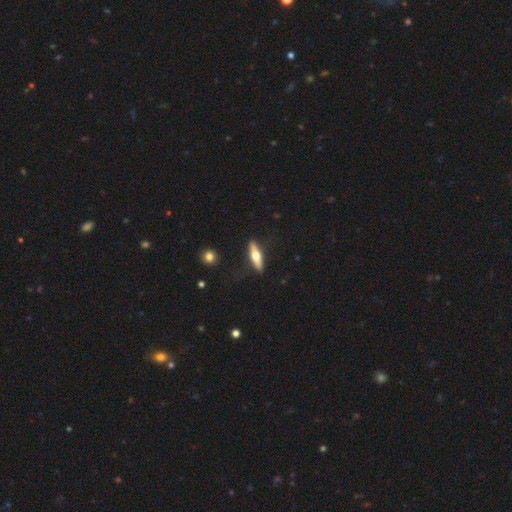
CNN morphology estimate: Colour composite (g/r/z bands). It shows a featured or disk galaxy (54%) viewed edge-on (93%) with a rounded central bulge (95%). Merging: none (87%).